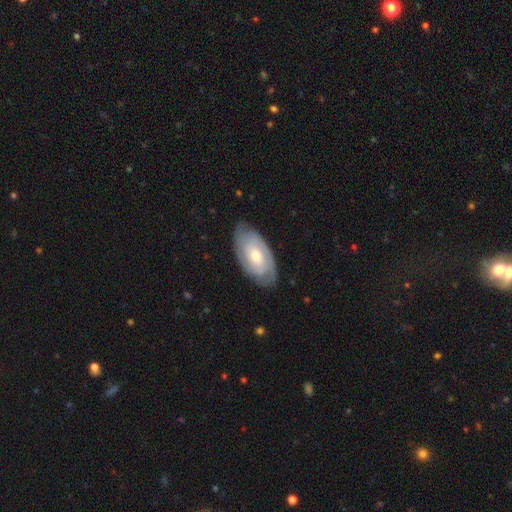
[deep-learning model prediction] Smooth or featured? Predicted: featured or disk (p=0.66). Edge-on disk? Predicted: no (p=0.92). Bar? Predicted: no (p=0.65). Spiral arms? Predicted: yes (p=0.82). Spiral winding? Predicted: tight (p=0.67). Spiral arm count? Predicted: 2 (p=0.43). Bulge size? Predicted: moderate (p=0.61). Merging? Predicted: none (p=0.78).